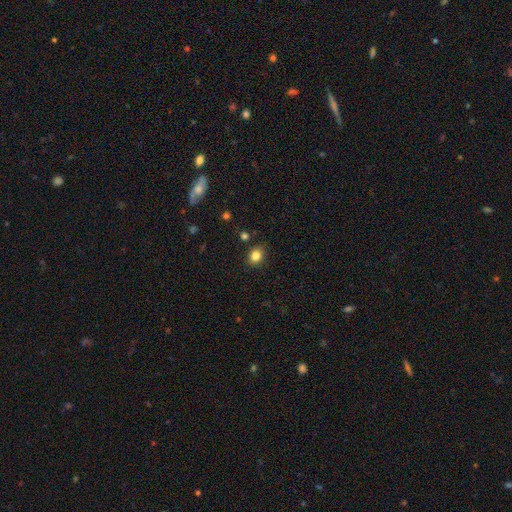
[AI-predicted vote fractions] Smooth or featured? Predicted: smooth (p=0.83). How rounded? Predicted: round (p=0.54). Merging? Predicted: none (p=0.84).